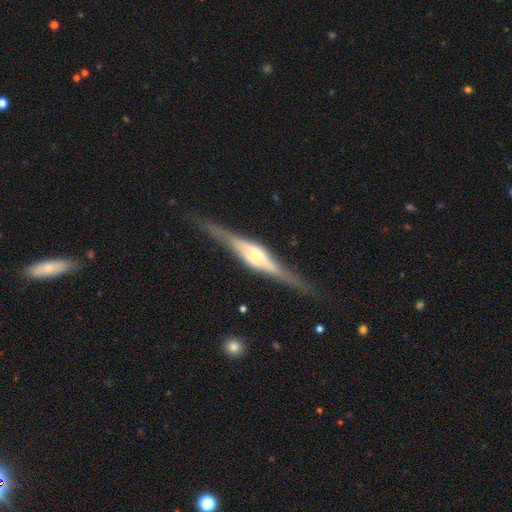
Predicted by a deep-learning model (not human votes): Overall: featured or disk (82%). Edge-on disk: yes (97%). Edge-on bulge: rounded (81%). Merging: none (84%).